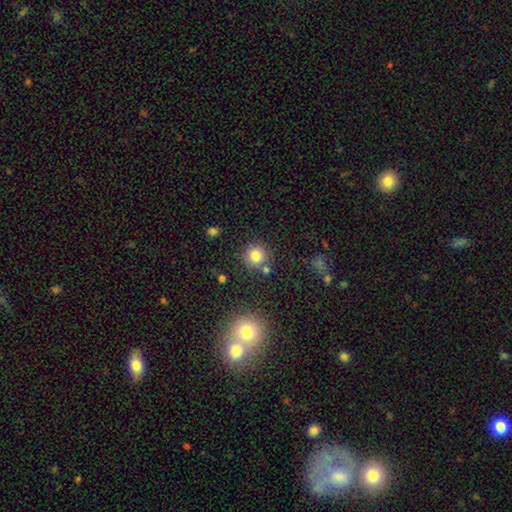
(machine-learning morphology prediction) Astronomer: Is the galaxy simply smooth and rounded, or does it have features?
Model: smooth — 81%.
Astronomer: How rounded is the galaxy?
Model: round — 93%.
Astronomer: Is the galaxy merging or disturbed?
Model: none — 79%.